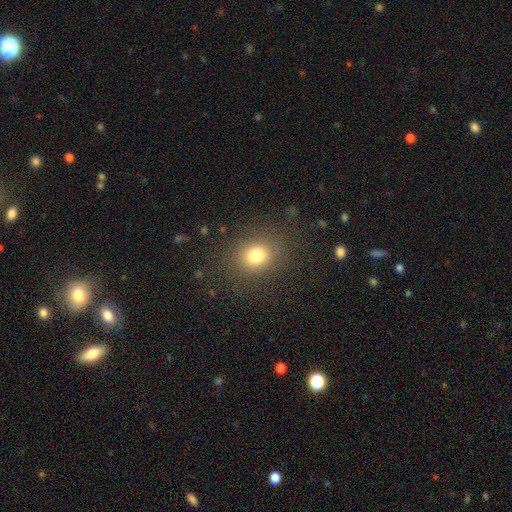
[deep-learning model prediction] smooth_or_featured: smooth (p=0.78) [alt: star or artifact p=0.14]
how_rounded: round (p=0.67) [alt: in between p=0.32]
merging: none (p=0.83) [alt: minor disturbance p=0.10]